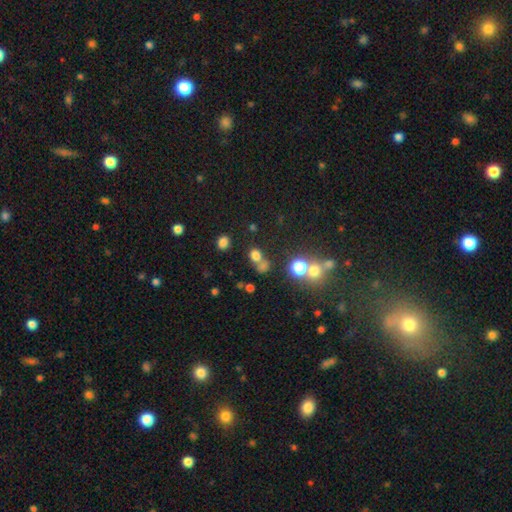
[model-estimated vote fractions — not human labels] The model was most divided on "merging": none: 51%, merger: 33%, minor disturbance: 9%, major disturbance: 6%. More confident: how rounded — round (73%); smooth or featured — smooth (69%).